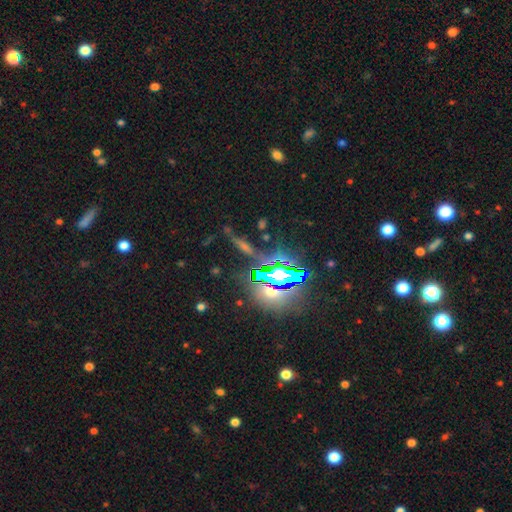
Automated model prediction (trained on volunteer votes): A star or artifact, not a galaxy (86%).

Vote fractions:
- Smooth or featured? star or artifact: 86% / smooth: 7% / featured or disk: 7%